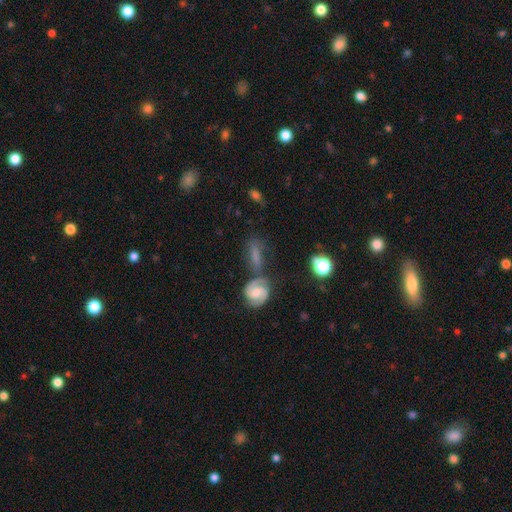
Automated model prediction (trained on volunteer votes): Q: Smooth or featured?
A: featured or disk (43%); tied with: smooth (43%)
Q: Merging?
A: none (50%); runner-up: merger (23%)